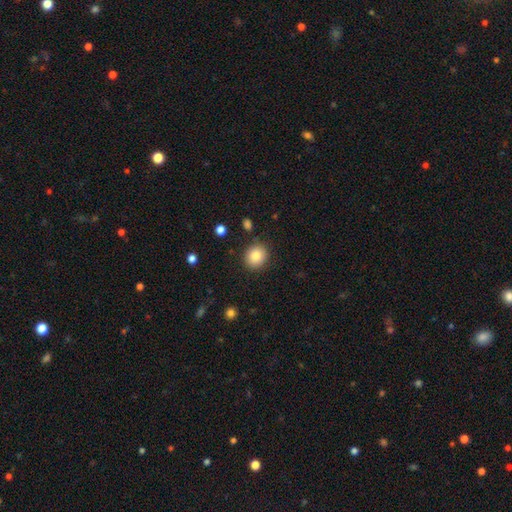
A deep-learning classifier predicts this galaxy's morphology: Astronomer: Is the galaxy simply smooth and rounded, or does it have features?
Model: smooth — 85%.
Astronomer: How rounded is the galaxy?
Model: round — 81%.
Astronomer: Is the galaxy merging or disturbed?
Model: none — 87%.